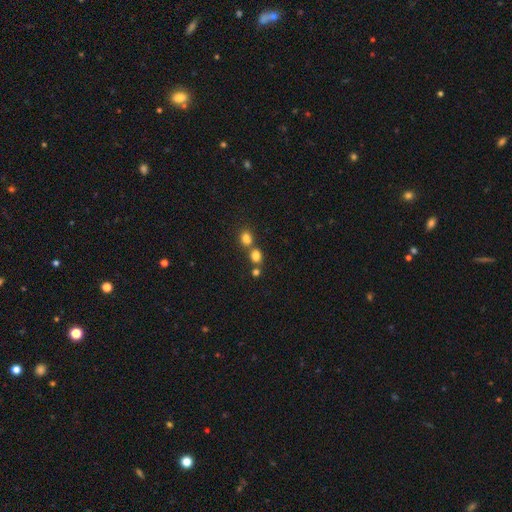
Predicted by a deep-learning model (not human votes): smooth 78%, star or artifact 15%, featured or disk 7%. Down the decision tree: how rounded — round (68%); merging — none (50%).